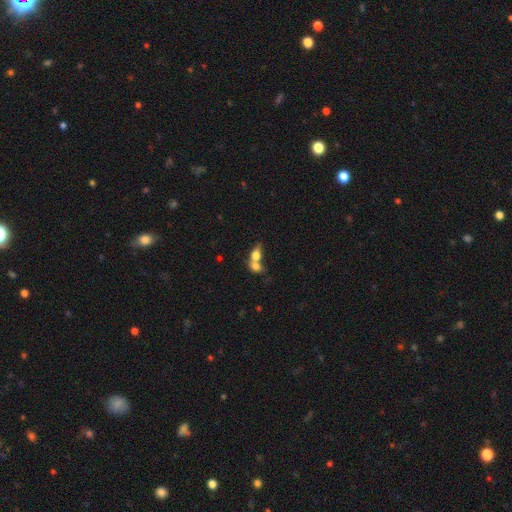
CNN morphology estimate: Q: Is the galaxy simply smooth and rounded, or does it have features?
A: smooth — 69%.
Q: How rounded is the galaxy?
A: in between — 66%.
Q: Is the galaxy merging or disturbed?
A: merger — 72%.